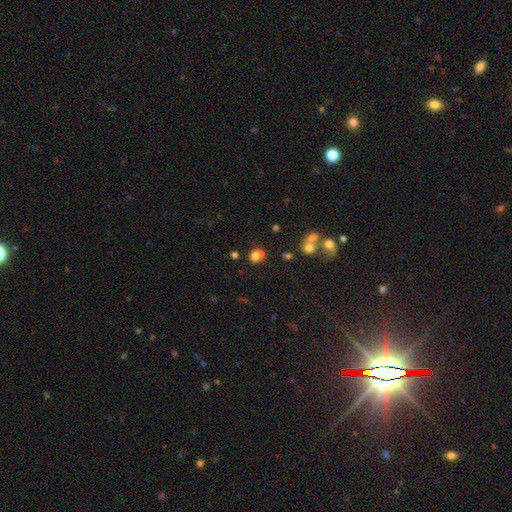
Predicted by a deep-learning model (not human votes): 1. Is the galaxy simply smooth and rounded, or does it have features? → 74% smooth, 14% star or artifact, 12% featured or disk.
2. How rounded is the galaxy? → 69% round, 30% in between, 1% cigar-shaped.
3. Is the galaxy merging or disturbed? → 50% none, 28% merger, 16% minor disturbance, 7% major disturbance.